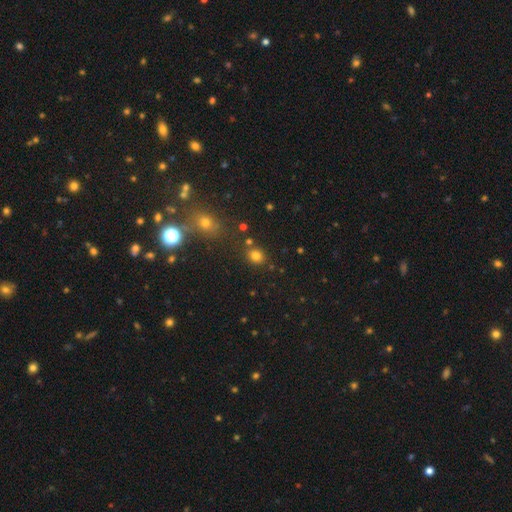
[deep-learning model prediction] Overall: smooth (78%). How rounded: round (69%; in between 30%). Merging: none (77%).